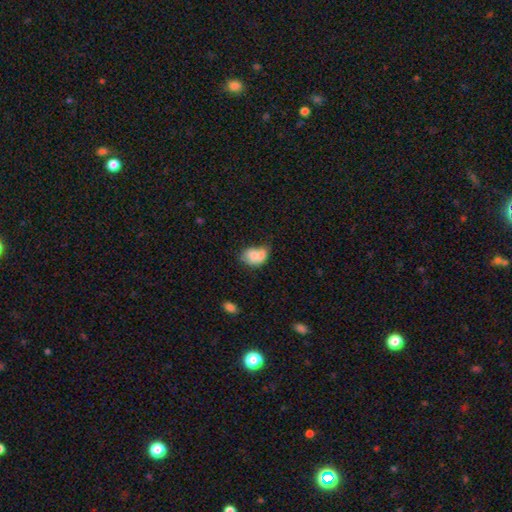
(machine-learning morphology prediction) A smooth galaxy with no disk features (75%) that is in between round and cigar-shaped (73%). Merging: merger (45%).